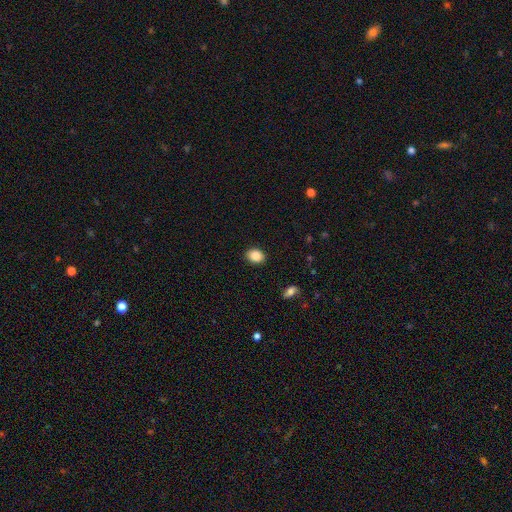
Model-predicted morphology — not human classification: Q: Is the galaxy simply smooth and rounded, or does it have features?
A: smooth — 87%.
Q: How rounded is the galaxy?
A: in between — 61%.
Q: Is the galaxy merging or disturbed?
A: none — 89%.